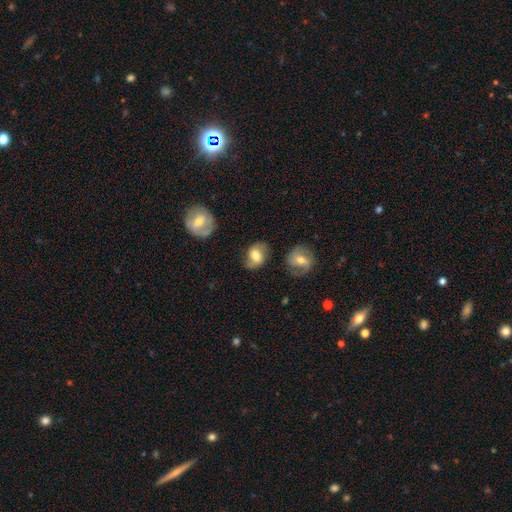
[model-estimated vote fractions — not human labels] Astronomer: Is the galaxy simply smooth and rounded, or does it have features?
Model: smooth — 54% (runner-up: featured or disk, 38%).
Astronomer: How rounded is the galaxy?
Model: in between — 68%.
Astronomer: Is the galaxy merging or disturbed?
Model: none — 64%.